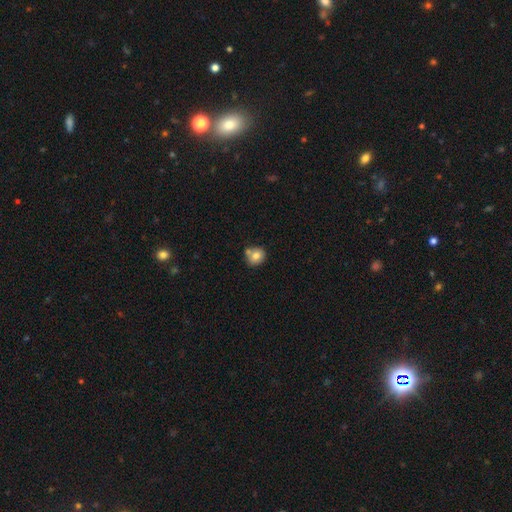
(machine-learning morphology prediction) This appears to be a smooth galaxy with no disk features (76%) that is round (79%). Merging: none (58%).